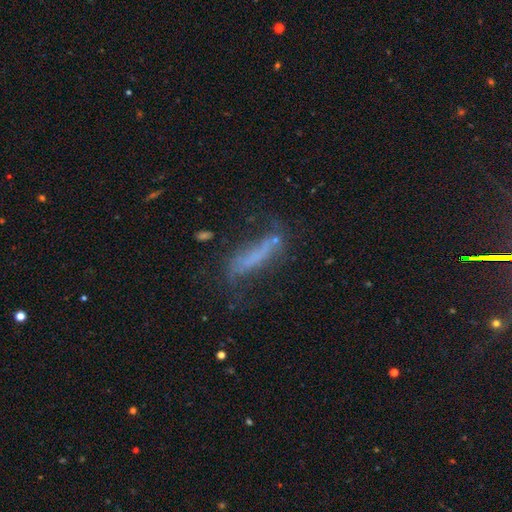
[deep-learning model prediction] A featured or disk galaxy (44%). Merging: none (42%).